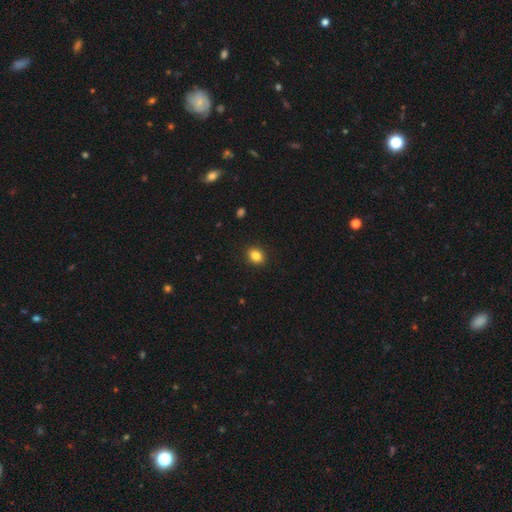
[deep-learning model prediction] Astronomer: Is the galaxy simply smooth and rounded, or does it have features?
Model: smooth — 85%.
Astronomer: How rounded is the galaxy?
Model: in between — 55% (runner-up: round, 44%).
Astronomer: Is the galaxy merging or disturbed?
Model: none — 91%.